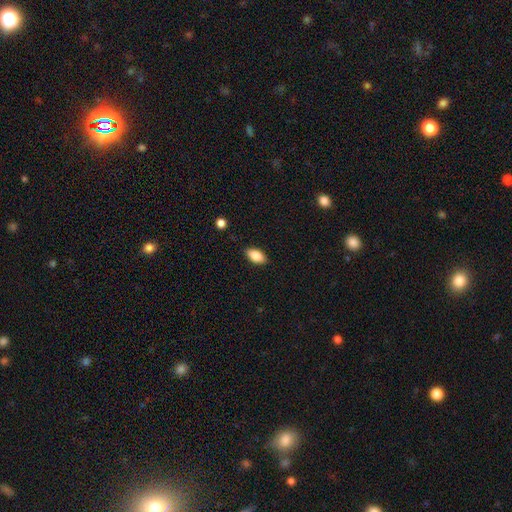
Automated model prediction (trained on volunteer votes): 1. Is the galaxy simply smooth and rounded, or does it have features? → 84% smooth, 9% featured or disk, 7% star or artifact.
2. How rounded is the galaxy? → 91% in between, 5% cigar-shaped, 4% round.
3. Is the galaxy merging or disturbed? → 87% none, 10% minor disturbance, 2% major disturbance, 1% merger.